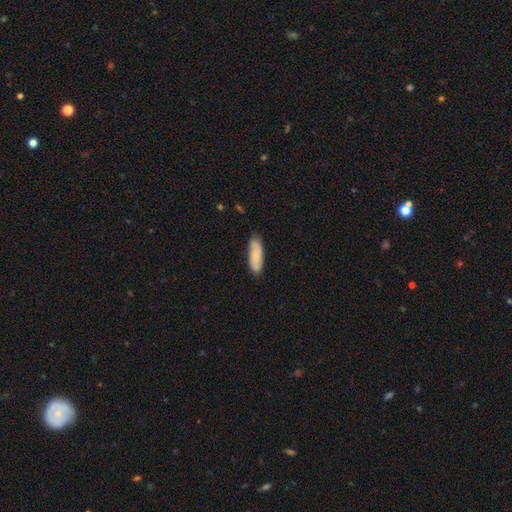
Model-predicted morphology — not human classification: Smooth or featured: smooth — 72% (featured or disk — 22%)
How rounded: in between — 57% (cigar-shaped — 41%)
Merging: none — 78% (minor disturbance — 17%)